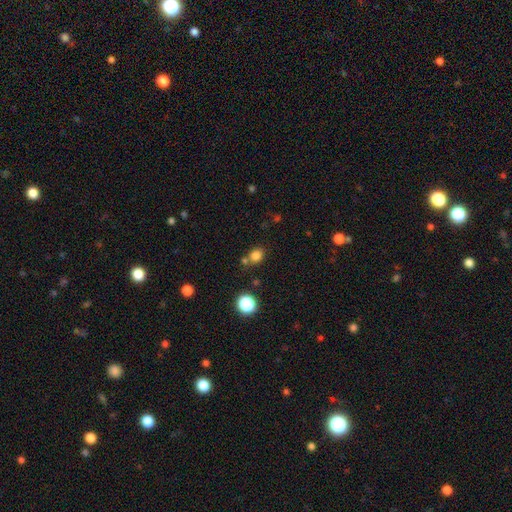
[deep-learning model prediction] smooth 78%, star or artifact 16%, featured or disk 6%. Down the decision tree: how rounded — round (69%); merging — none (68%).